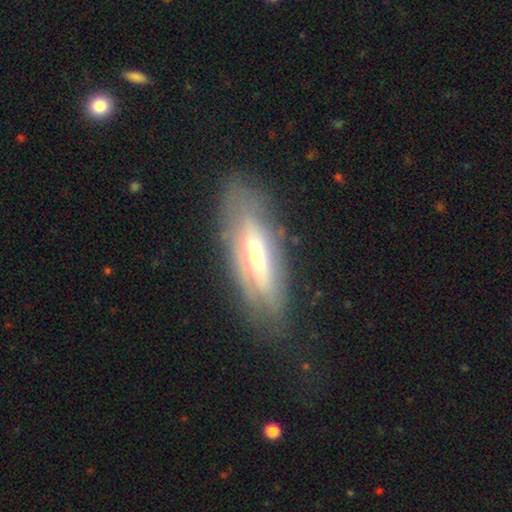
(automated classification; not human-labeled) Smooth or featured? Predicted: featured or disk (p=0.58). Edge-on disk? Predicted: no (p=0.63). Merging? Predicted: none (p=0.72).